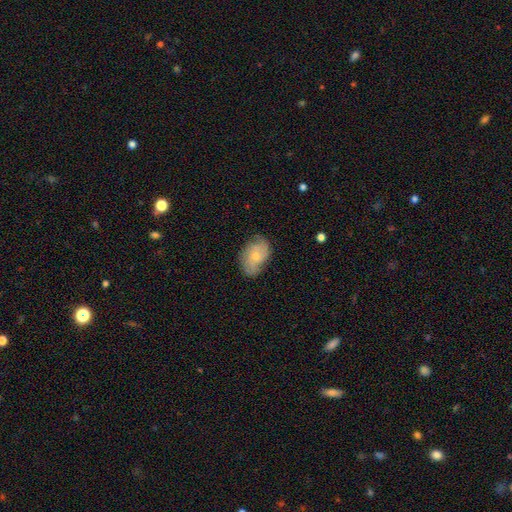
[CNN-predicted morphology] Smooth or featured?
  - featured or disk: 57% *
  - smooth: 36%
  - star or artifact: 7%
Edge-on disk?
  - no: 96% *
  - yes: 4%
Bar?
  - no: 77% *
  - weak: 21%
  - strong: 3%
Spiral arms?
  - yes: 85% *
  - no: 15%
Bulge size?
  - small: 57% *
  - moderate: 39%
  - none: 2%
  - large: 2%
  - dominant: 1%
Merging?
  - none: 69% *
  - minor disturbance: 23%
  - major disturbance: 6%
  - merger: 1%